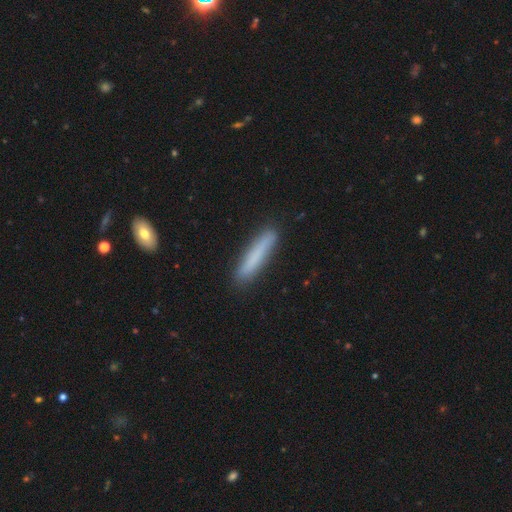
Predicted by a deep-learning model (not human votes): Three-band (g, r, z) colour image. It shows a smooth galaxy with no disk features (74%) that is cigar-shaped (93%). Merging: none (87%).